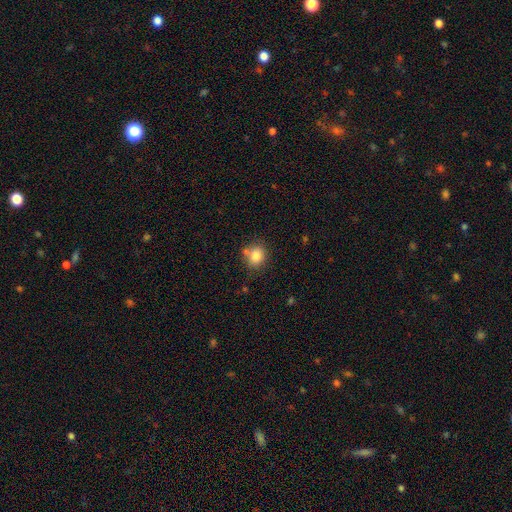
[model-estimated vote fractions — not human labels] A smooth galaxy with no disk features (81%) that is round (68%).

Vote fractions:
- Smooth or featured? smooth: 81% / star or artifact: 10% / featured or disk: 8%
- How rounded? round: 68% / in between: 31% / cigar-shaped: 1%
- Merging? none: 70% / minor disturbance: 14% / merger: 13% / major disturbance: 4%